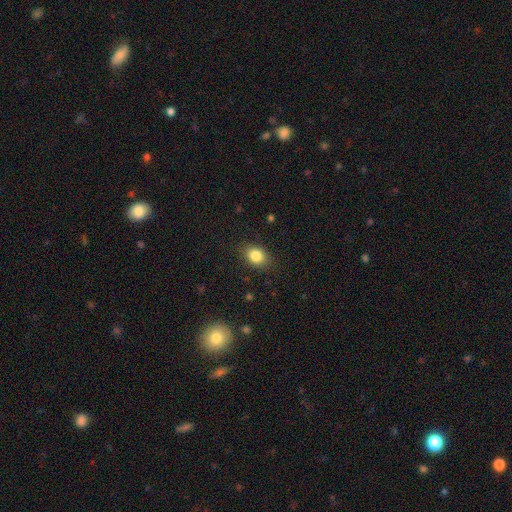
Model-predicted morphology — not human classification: smooth 84%, star or artifact 10%, featured or disk 6%. Down the decision tree: how rounded — in between (61%); merging — none (83%).